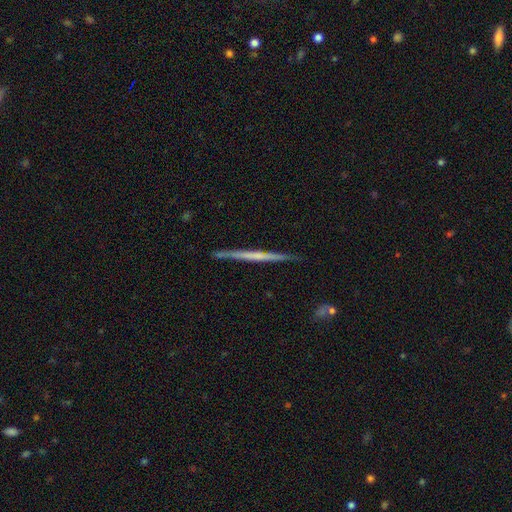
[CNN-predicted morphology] Smooth or featured? Predicted: featured or disk (p=0.64). Edge-on disk? Predicted: yes (p=0.98). Edge-on bulge? Predicted: none (p=0.77). Merging? Predicted: none (p=0.89).